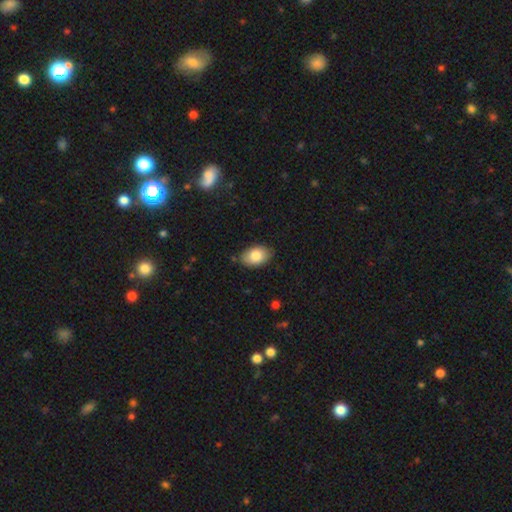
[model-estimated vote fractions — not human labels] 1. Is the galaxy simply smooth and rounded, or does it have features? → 83% smooth, 10% featured or disk, 7% star or artifact.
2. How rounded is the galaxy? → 90% in between, 9% round, 1% cigar-shaped.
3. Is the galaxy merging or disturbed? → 82% none, 14% minor disturbance, 2% major disturbance, 1% merger.